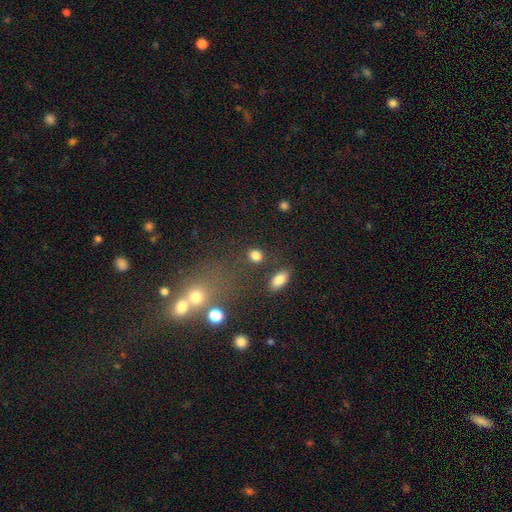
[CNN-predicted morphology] A smooth galaxy with no disk features (83%) that is round (51%). Merging: none (77%).